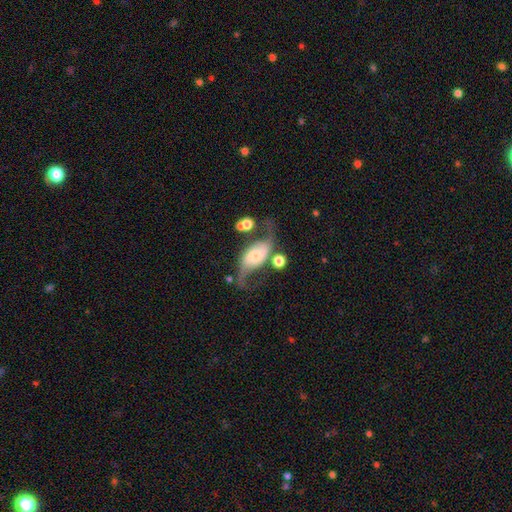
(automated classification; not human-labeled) Smooth or featured? Predicted: featured or disk (p=0.80). Edge-on disk? Predicted: no (p=0.95). Bar? Predicted: no (p=0.53). Spiral arms? Predicted: yes (p=0.94). Spiral winding? Predicted: loose (p=0.76). Spiral arm count? Predicted: 2 (p=0.92). Bulge size? Predicted: small (p=0.39). Merging? Predicted: none (p=0.53).